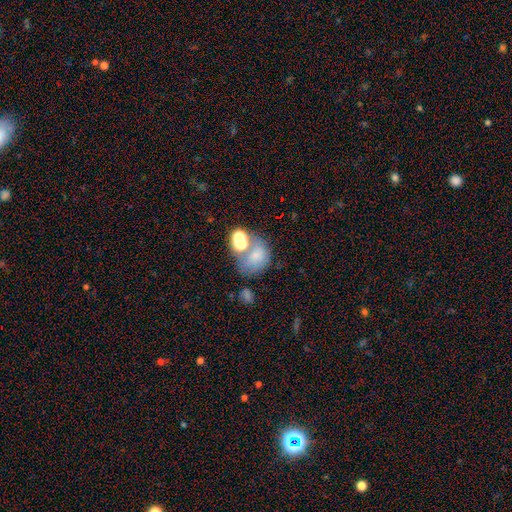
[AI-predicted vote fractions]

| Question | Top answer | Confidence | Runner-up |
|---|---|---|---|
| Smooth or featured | smooth | 61% | featured or disk (21%) |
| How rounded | in between | 53% | round (46%) |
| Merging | merger | 36% | none (35%) |